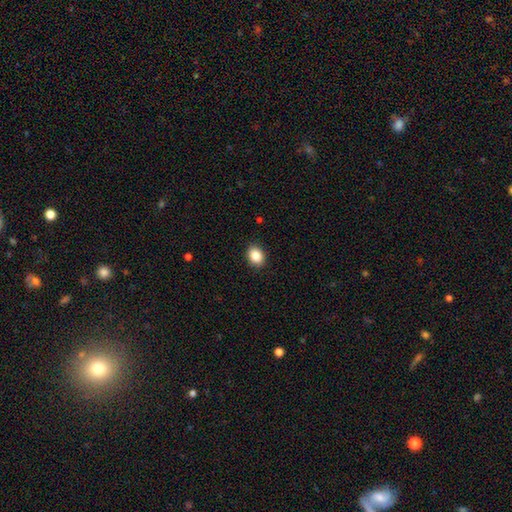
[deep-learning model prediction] Overall: smooth (87%). How rounded: in between (61%; round 38%). Merging: none (90%).